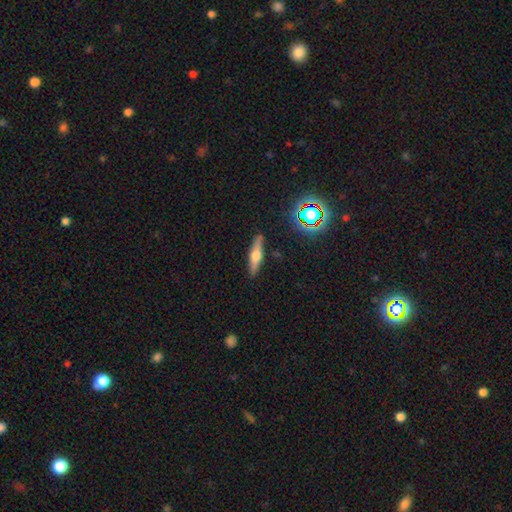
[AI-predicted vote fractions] Morphology: type=featured or disk (49%); merging=none (88%).